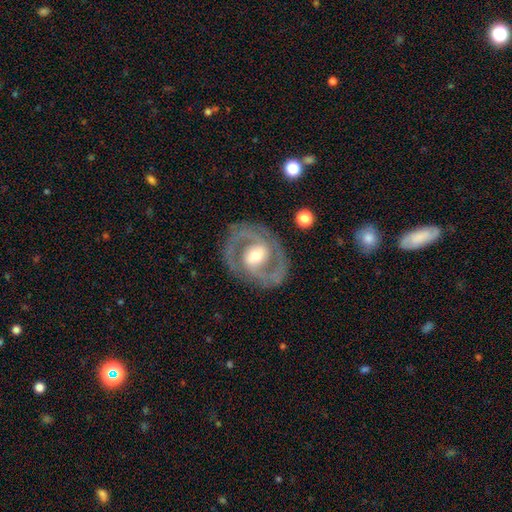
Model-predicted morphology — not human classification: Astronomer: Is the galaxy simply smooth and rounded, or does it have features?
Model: featured or disk — 85%.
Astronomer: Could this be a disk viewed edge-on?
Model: no — 96%.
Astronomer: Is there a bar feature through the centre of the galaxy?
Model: weak — 43% (runner-up: strong, 30%).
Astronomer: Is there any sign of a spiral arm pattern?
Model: yes — 87%.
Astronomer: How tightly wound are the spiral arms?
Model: medium — 52% (runner-up: tight, 36%).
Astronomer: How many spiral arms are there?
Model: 2 — 88%.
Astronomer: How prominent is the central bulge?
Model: moderate — 66%.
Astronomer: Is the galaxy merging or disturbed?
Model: none — 83%.